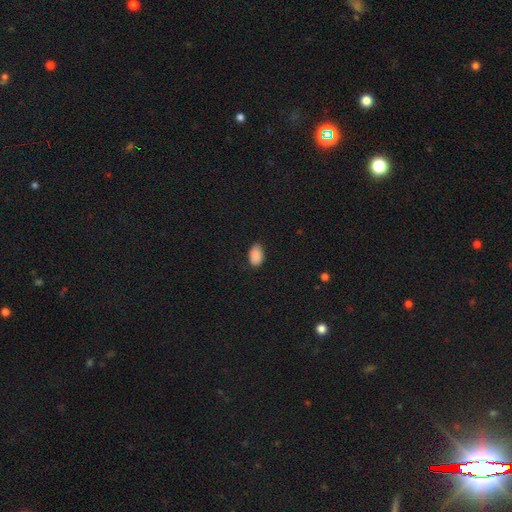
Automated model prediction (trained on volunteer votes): Q: Smooth or featured?
A: smooth (89%); runner-up: star or artifact (8%)
Q: How rounded?
A: in between (92%); runner-up: round (7%)
Q: Merging?
A: none (79%); runner-up: minor disturbance (17%)